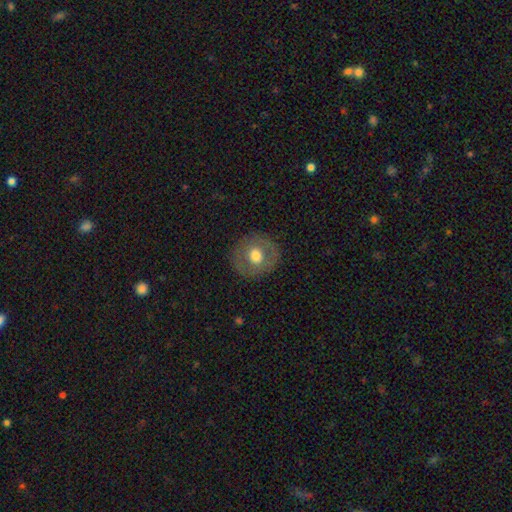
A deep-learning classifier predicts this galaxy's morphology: Overall: smooth (60%; featured or disk 32%). How rounded: round (89%). Merging: none (86%).